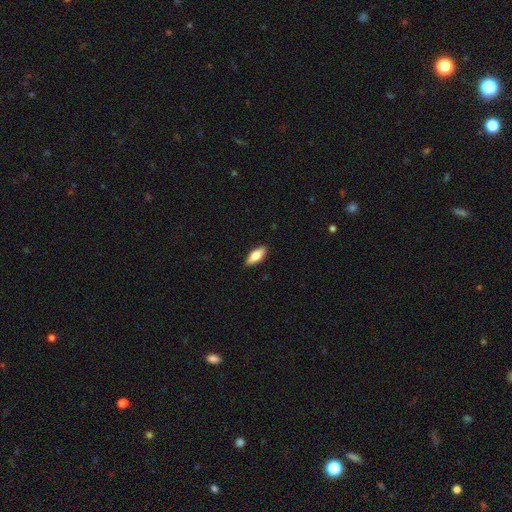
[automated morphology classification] Smooth or featured? Predicted: smooth (p=0.77). How rounded? Predicted: in between (p=0.79). Merging? Predicted: none (p=0.88).